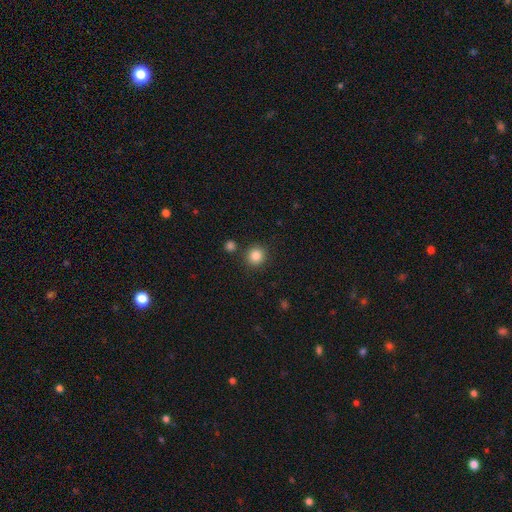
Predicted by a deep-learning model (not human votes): Smooth or featured: smooth — 84% (star or artifact — 11%)
How rounded: round — 92% (in between — 7%)
Merging: none — 87% (minor disturbance — 6%)